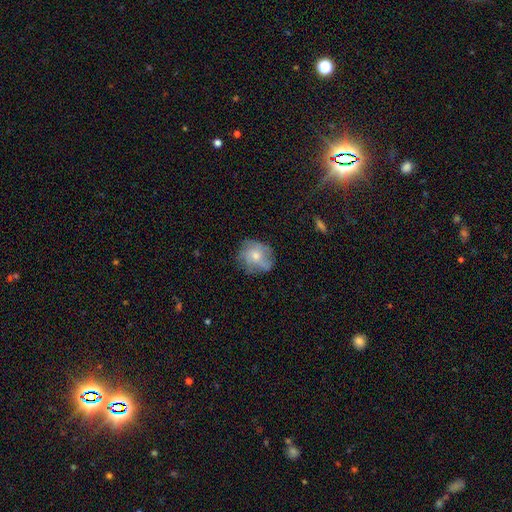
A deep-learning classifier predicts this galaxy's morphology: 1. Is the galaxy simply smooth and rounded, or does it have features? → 50% smooth, 41% featured or disk, 9% star or artifact.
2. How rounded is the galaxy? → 75% round, 24% in between, 1% cigar-shaped.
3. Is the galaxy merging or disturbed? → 66% none, 22% minor disturbance, 10% major disturbance, 2% merger.